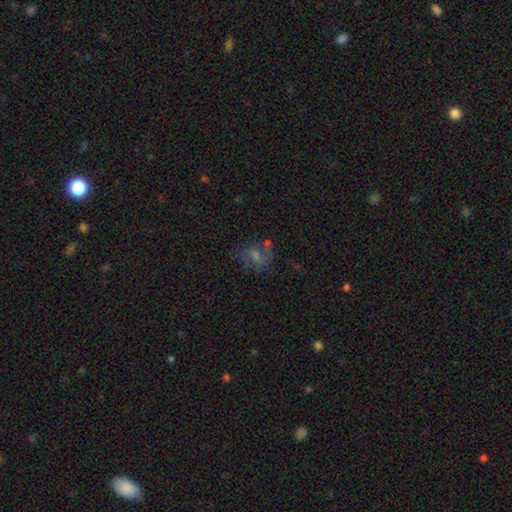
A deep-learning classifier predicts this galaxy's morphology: smooth-or-featured: featured or disk: 40% | smooth: 34% | star or artifact: 26%
  merging: none: 57% | minor disturbance: 19% | major disturbance: 15% | merger: 9%